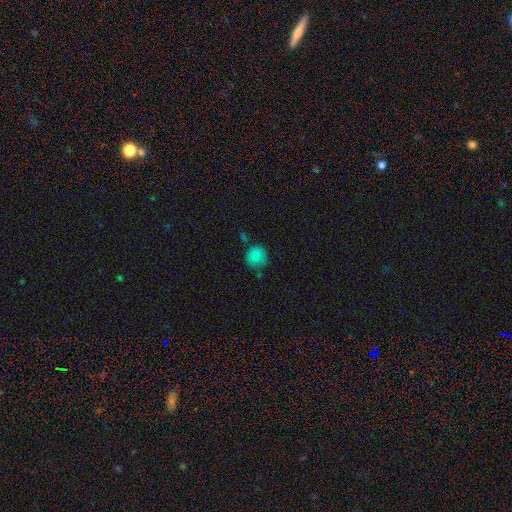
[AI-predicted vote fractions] Smooth or featured?
  - smooth: 83% *
  - star or artifact: 9%
  - featured or disk: 8%
How rounded?
  - round: 87% *
  - in between: 12%
  - cigar-shaped: 1%
Merging?
  - none: 71% *
  - minor disturbance: 18%
  - merger: 7%
  - major disturbance: 4%